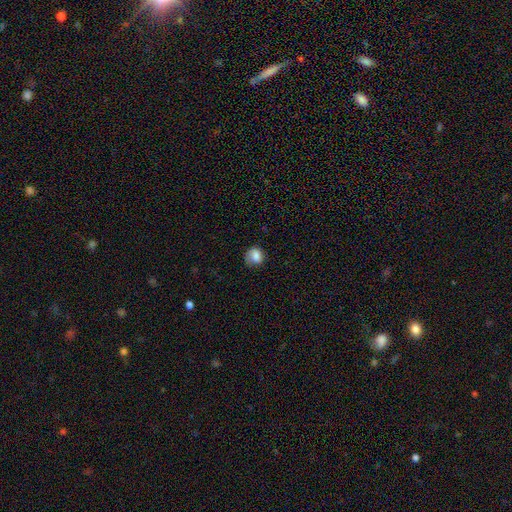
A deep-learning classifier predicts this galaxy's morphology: The model was most divided on "merging": none: 60%, minor disturbance: 28%, major disturbance: 10%, merger: 1%. More confident: smooth or featured — smooth (82%); how rounded — round (70%).